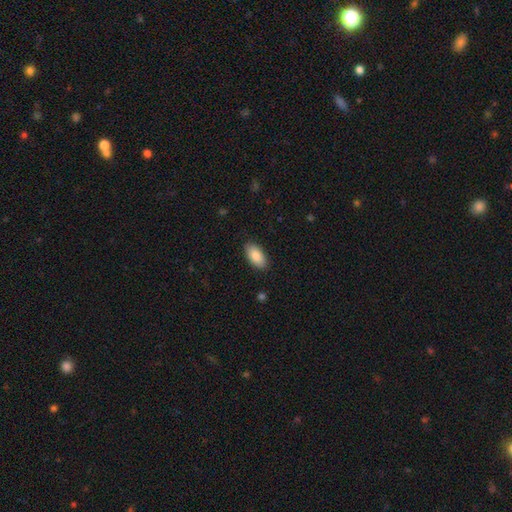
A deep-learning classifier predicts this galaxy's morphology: type=smooth (85%); roundness=in between (93%); merging=none (89%).